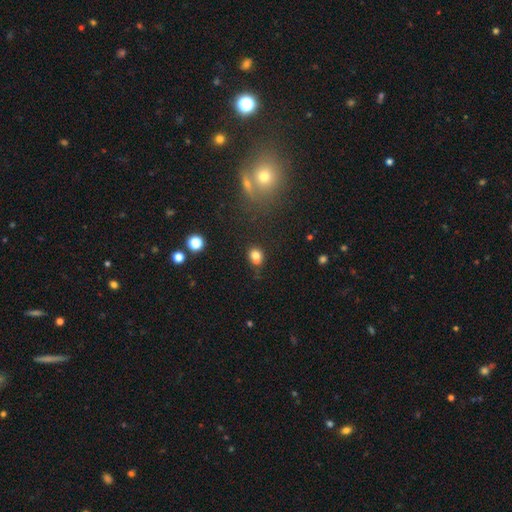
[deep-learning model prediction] Morphology: type=smooth (79%); roundness=round (58%); merging=none (63%).